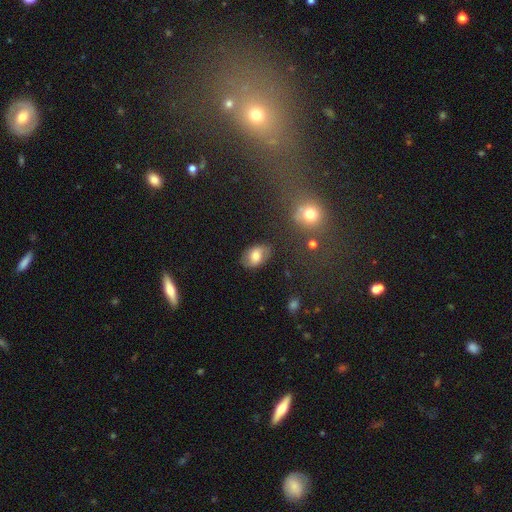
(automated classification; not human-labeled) Smooth or featured?
  - smooth: 67% *
  - featured or disk: 24%
  - star or artifact: 9%
How rounded?
  - in between: 84% *
  - round: 15%
  - cigar-shaped: 1%
Merging?
  - none: 78% *
  - minor disturbance: 16%
  - major disturbance: 4%
  - merger: 2%